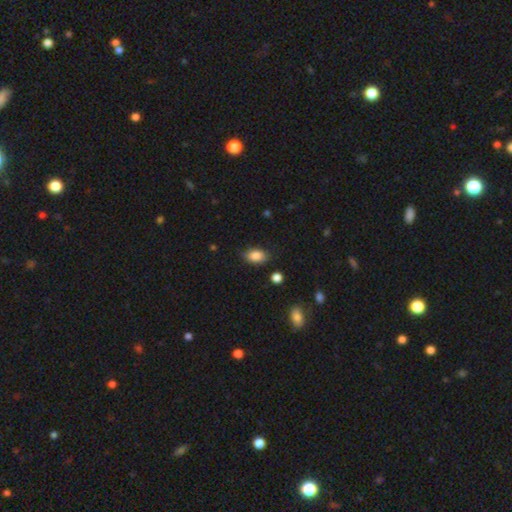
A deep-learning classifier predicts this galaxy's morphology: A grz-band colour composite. It shows a smooth galaxy with no disk features (86%) that is in between round and cigar-shaped (88%). Merging: none (79%).